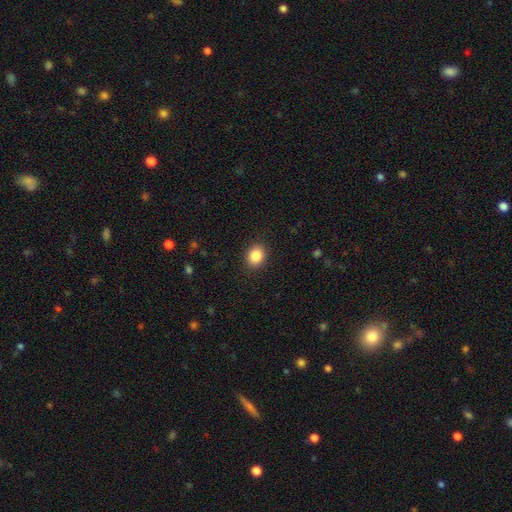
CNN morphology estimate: A smooth galaxy with no disk features (87%) that is round (52%).

Vote fractions:
- Smooth or featured? smooth: 87% / star or artifact: 9% / featured or disk: 4%
- How rounded? round: 52% / in between: 47% / cigar-shaped: 1%
- Merging? none: 89% / minor disturbance: 8% / major disturbance: 2% / merger: 1%